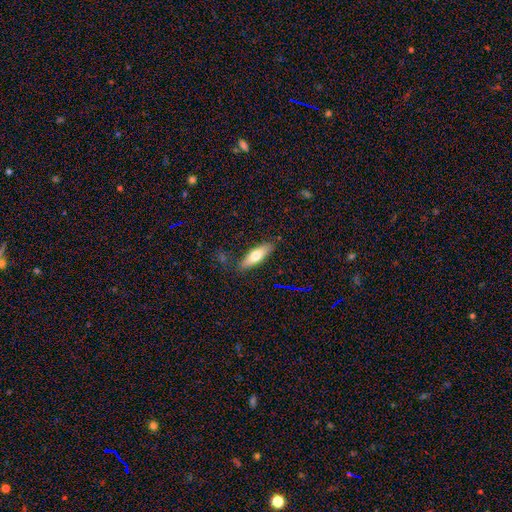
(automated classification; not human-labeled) A smooth galaxy with no disk features (67%) that is cigar-shaped (52%). Merging: none (83%).